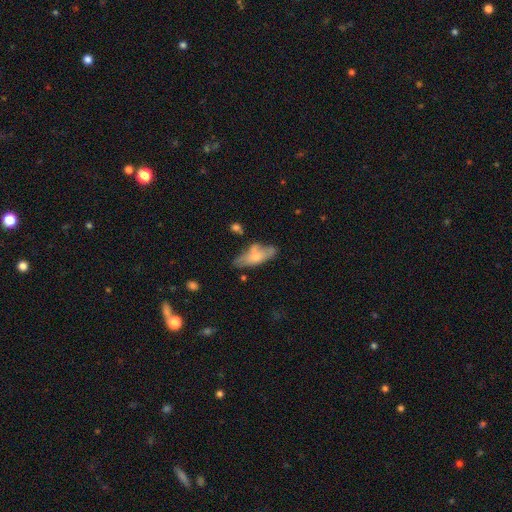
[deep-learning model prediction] Overall: smooth (57%; featured or disk 35%). How rounded: in between (74%). Merging: none (39%; minor disturbance 30%).